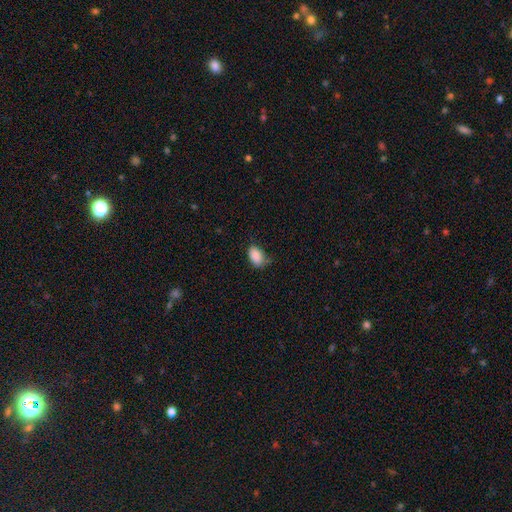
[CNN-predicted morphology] type=smooth (88%); roundness=in between (90%); merging=none (58%).